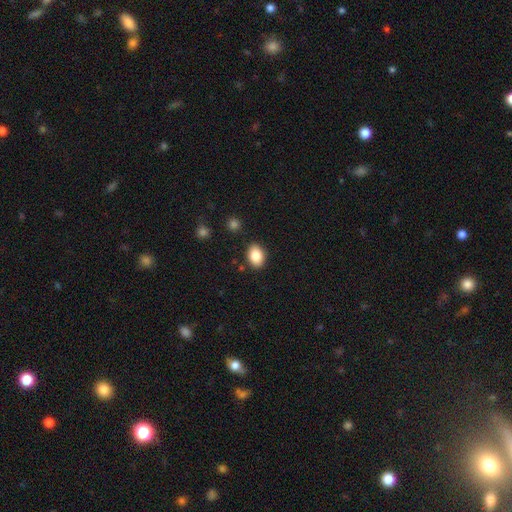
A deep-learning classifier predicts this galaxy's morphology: Smooth or featured?
  - smooth: 85% *
  - star or artifact: 8%
  - featured or disk: 7%
How rounded?
  - in between: 78% *
  - round: 21%
  - cigar-shaped: 1%
Merging?
  - none: 85% *
  - minor disturbance: 10%
  - merger: 2%
  - major disturbance: 2%